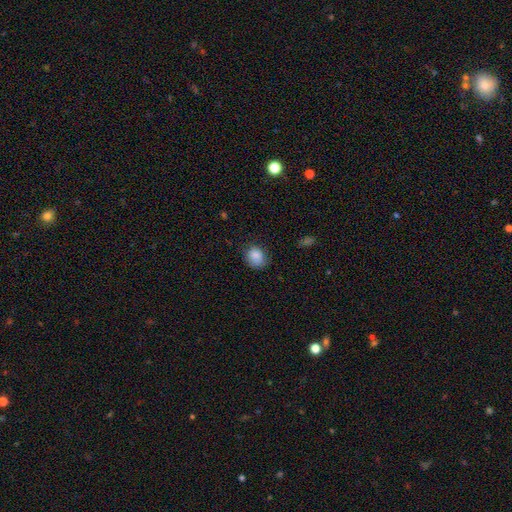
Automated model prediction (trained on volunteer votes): Smooth or featured?
  - smooth: 86% *
  - star or artifact: 9%
  - featured or disk: 6%
How rounded?
  - round: 59% *
  - in between: 40%
  - cigar-shaped: 1%
Merging?
  - none: 72% *
  - minor disturbance: 22%
  - major disturbance: 5%
  - merger: 1%